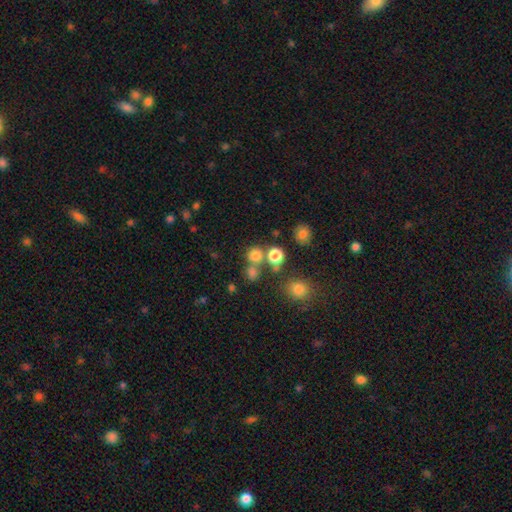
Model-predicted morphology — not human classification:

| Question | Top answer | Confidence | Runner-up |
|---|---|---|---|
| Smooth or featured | smooth | 75% | star or artifact (19%) |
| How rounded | round | 89% | in between (10%) |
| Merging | none | 64% | merger (24%) |